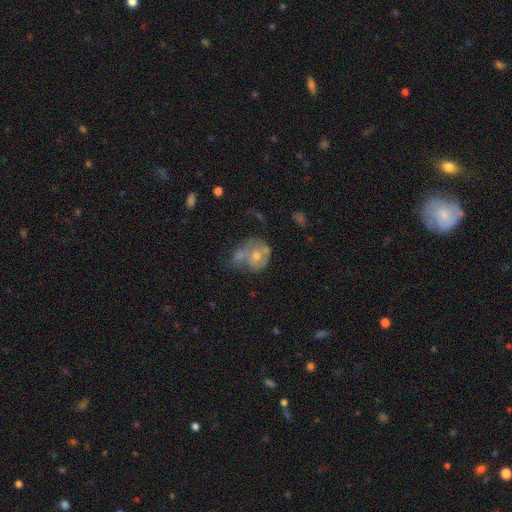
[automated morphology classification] The model was most divided on "spiral arms" (2-way tie): no: 50%, yes: 50%; "merging" (2-way tie): none: 33%, merger: 33%, minor disturbance: 18%, major disturbance: 15%. More confident: edge-on disk — no (96%); bar — no (81%); bulge size — moderate (60%); smooth or featured — featured or disk (53%).